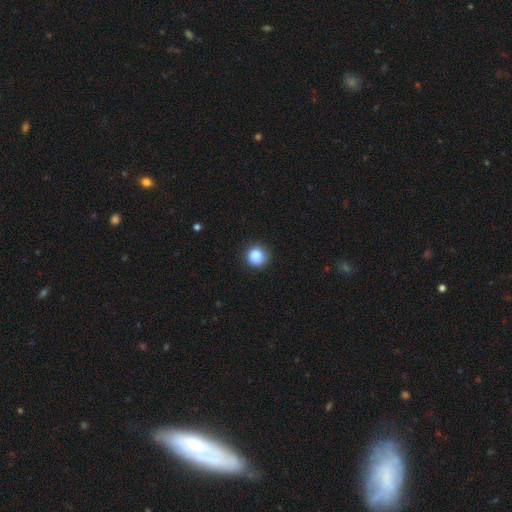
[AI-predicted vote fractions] smooth_or_featured: smooth (p=0.86) [alt: star or artifact p=0.09]
how_rounded: round (p=0.91) [alt: in between p=0.09]
merging: none (p=0.79) [alt: minor disturbance p=0.16]